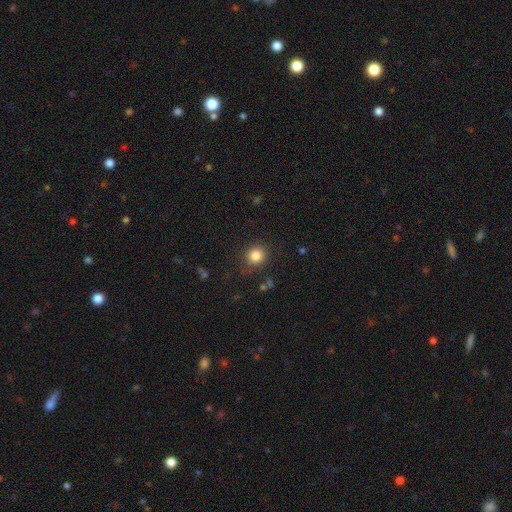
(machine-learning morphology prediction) Q: Smooth or featured?
A: smooth (84%); runner-up: star or artifact (11%)
Q: How rounded?
A: round (90%); runner-up: in between (9%)
Q: Merging?
A: none (86%); runner-up: minor disturbance (9%)